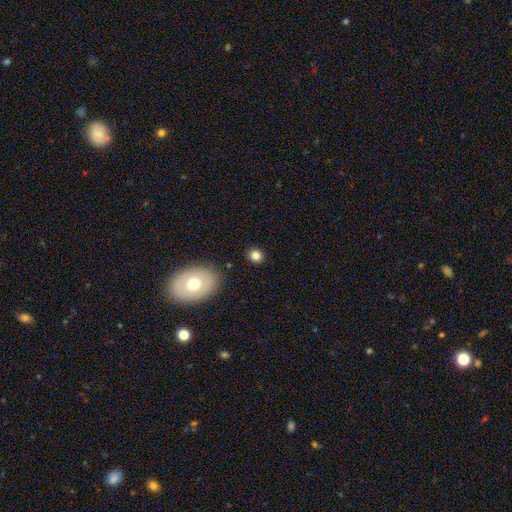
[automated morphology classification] This is clearly a smooth galaxy (81%). How rounded: likely round (76%). Merging: clearly none (86%).